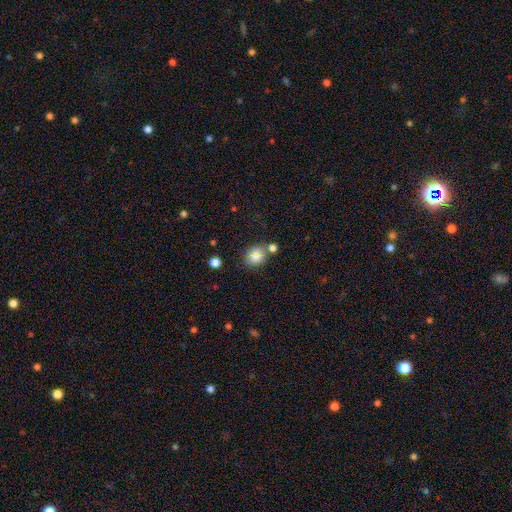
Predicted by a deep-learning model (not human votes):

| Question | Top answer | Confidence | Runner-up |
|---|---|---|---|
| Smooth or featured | smooth | 66% | star or artifact (23%) |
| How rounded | round | 63% | in between (35%) |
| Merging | none | 72% | minor disturbance (12%) |